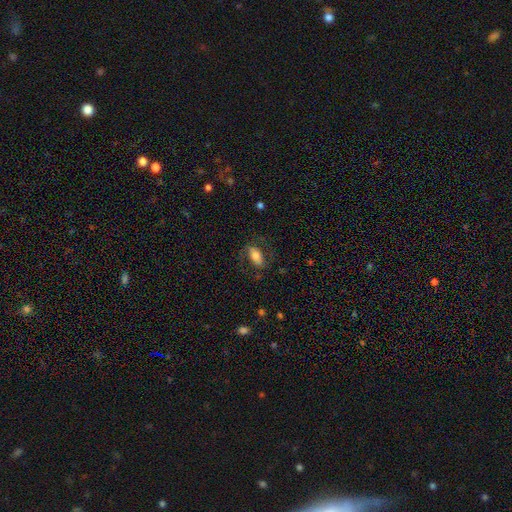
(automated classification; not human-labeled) This appears to be a smooth galaxy with no disk features (66%) that is in between round and cigar-shaped (88%). Merging: none (72%).